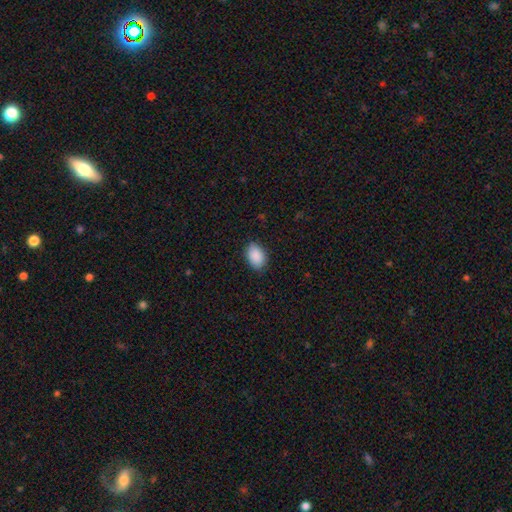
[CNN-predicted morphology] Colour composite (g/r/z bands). It shows a smooth galaxy with no disk features (90%) that is in between round and cigar-shaped (89%). Merging: none (87%).